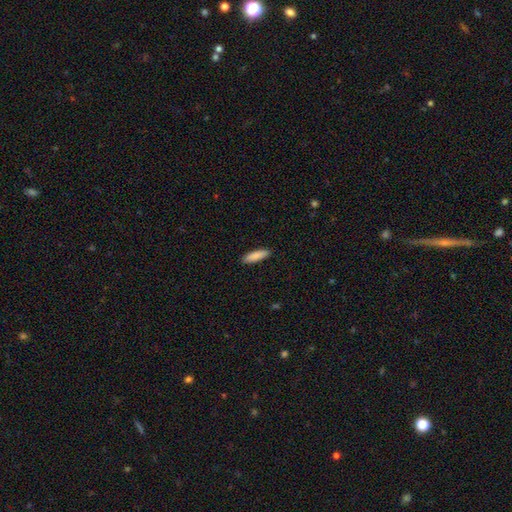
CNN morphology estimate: Smooth or featured? smooth (88%)
How rounded? cigar-shaped (60%)
Merging? none (90%)